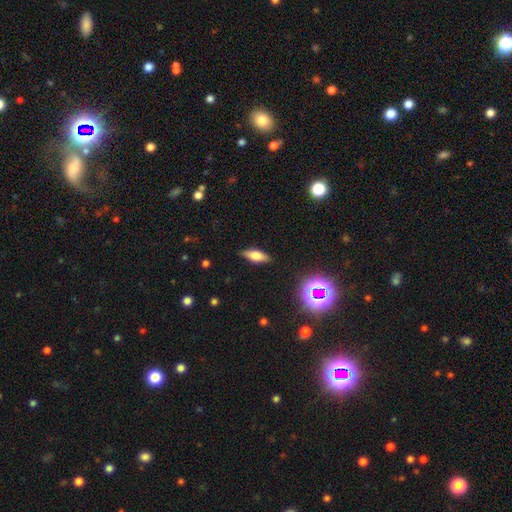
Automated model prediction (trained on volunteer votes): Morphology: type=smooth (54%); roundness=in between (62%); merging=none (86%).